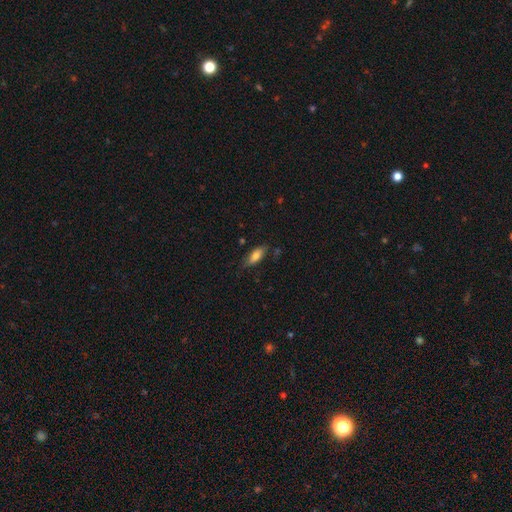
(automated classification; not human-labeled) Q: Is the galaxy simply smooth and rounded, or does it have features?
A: smooth — 77%.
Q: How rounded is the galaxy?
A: in between — 76%.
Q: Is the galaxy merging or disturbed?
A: none — 73%.